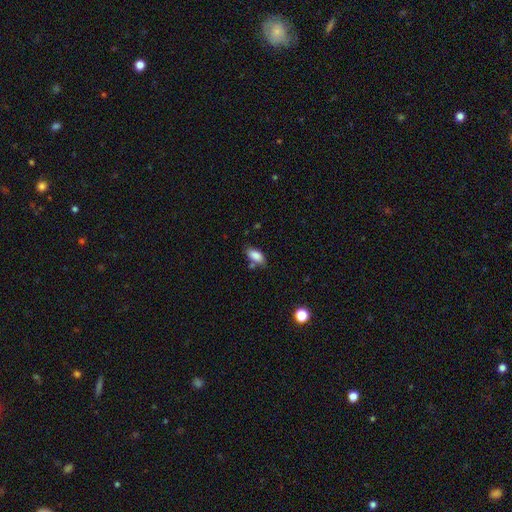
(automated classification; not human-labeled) smooth 85%, star or artifact 8%, featured or disk 7%. Down the decision tree: how rounded — in between (90%); merging — none (66%).